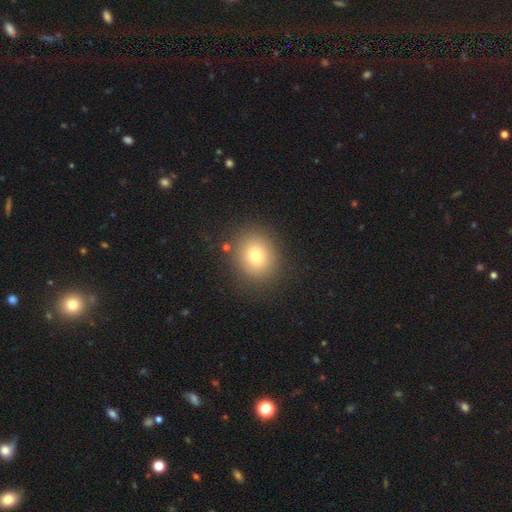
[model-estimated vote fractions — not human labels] smooth-or-featured: smooth: 76% | star or artifact: 13% | featured or disk: 11%
  how-rounded: round: 81% | in between: 18% | cigar-shaped: 1%
  merging: none: 86% | minor disturbance: 8% | major disturbance: 4% | merger: 2%